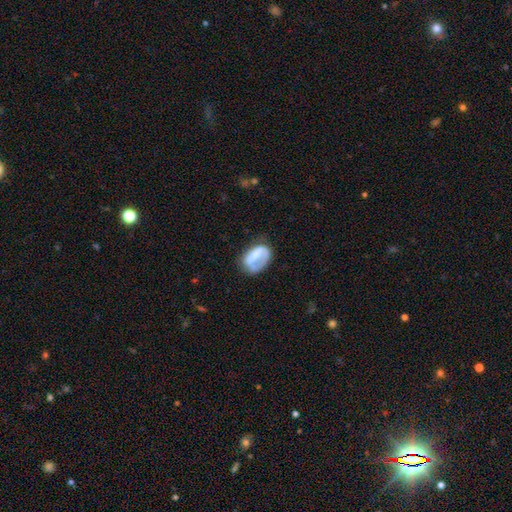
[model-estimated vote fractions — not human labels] Morphology: type=smooth (52%); roundness=in between (82%); merging=none (44%).